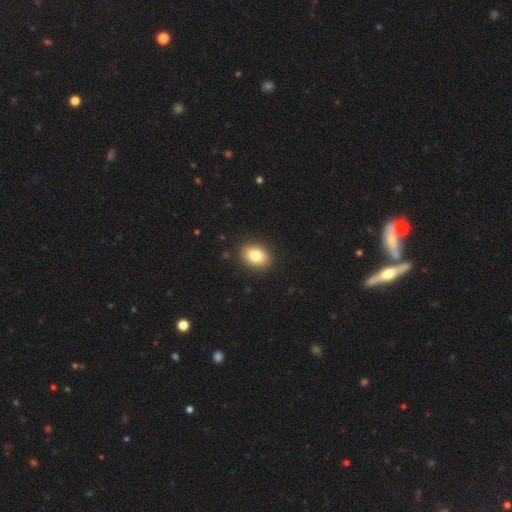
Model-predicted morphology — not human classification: Smooth or featured? Predicted: smooth (p=0.82). How rounded? Predicted: in between (p=0.69). Merging? Predicted: none (p=0.90).